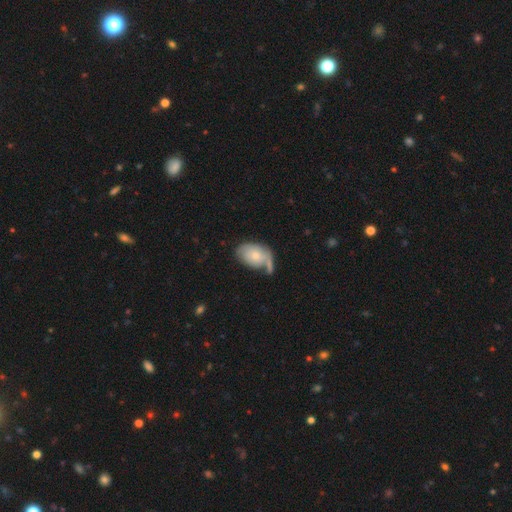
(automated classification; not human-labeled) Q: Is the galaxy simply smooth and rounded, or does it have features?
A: smooth — 62%.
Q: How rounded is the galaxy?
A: in between — 81%.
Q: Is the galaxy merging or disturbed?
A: none — 41%.